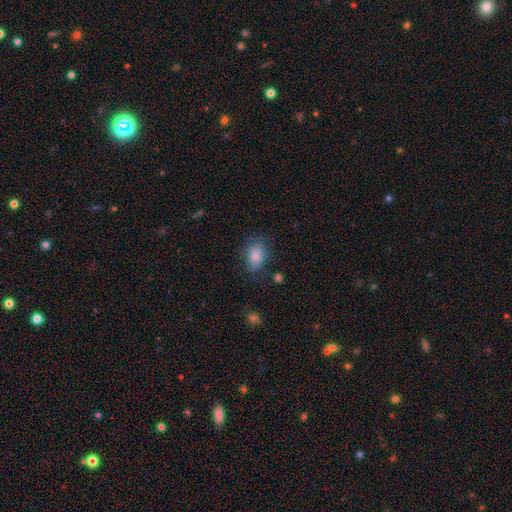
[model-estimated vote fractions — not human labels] This is likely a smooth galaxy (78%). How rounded: likely in between (77%). Merging: likely none (67%).